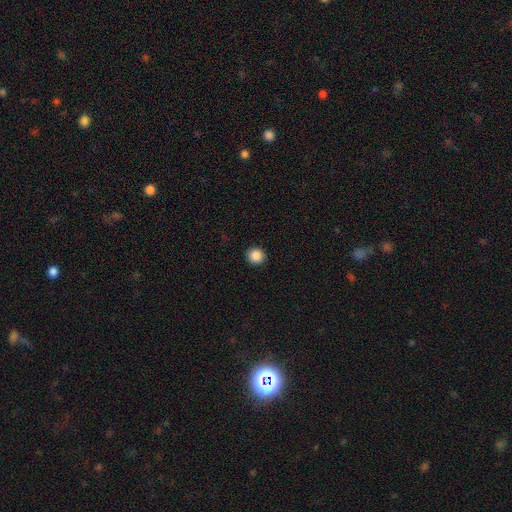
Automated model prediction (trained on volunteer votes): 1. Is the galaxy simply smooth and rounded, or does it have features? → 88% smooth, 9% star or artifact, 3% featured or disk.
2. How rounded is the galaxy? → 94% round, 6% in between, 1% cigar-shaped.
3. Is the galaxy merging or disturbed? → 93% none, 4% minor disturbance, 1% major disturbance, 1% merger.